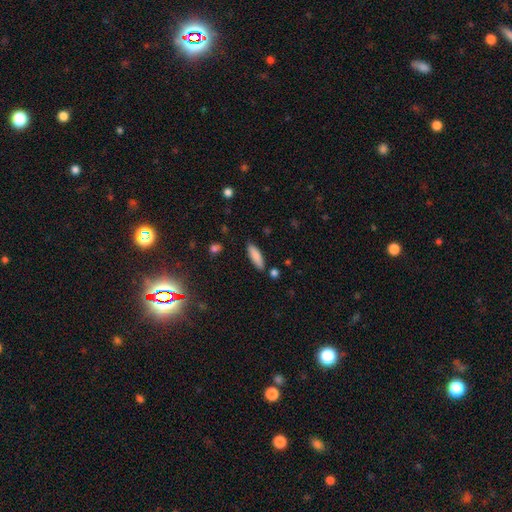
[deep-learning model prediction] Smooth or featured? Predicted: smooth (p=0.86). How rounded? Predicted: cigar-shaped (p=0.50). Merging? Predicted: none (p=0.83).